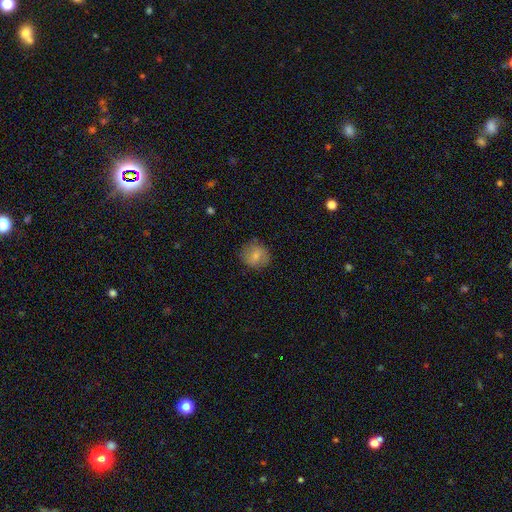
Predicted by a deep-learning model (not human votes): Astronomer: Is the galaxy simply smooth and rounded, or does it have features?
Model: smooth — 75%.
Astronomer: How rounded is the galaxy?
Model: round — 82%.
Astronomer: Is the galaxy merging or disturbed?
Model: none — 83%.